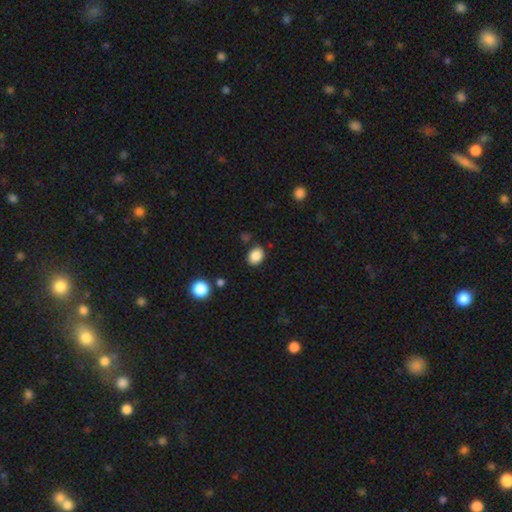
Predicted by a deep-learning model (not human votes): A smooth galaxy with no disk features (87%) that is in between round and cigar-shaped (64%). Merging: none (84%).